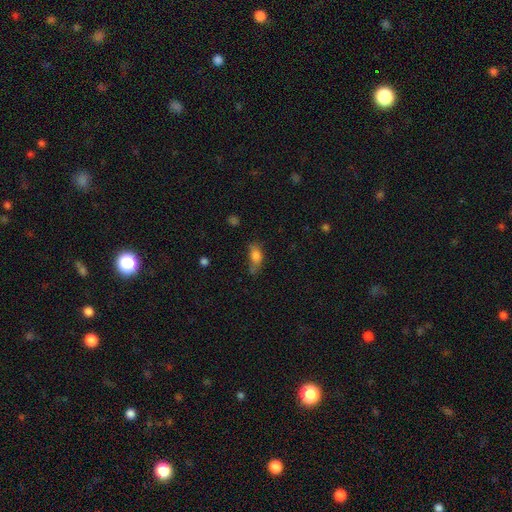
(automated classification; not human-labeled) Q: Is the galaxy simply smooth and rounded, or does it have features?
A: smooth — 77%.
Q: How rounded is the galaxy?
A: in between — 81%.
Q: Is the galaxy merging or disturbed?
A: none — 39%.